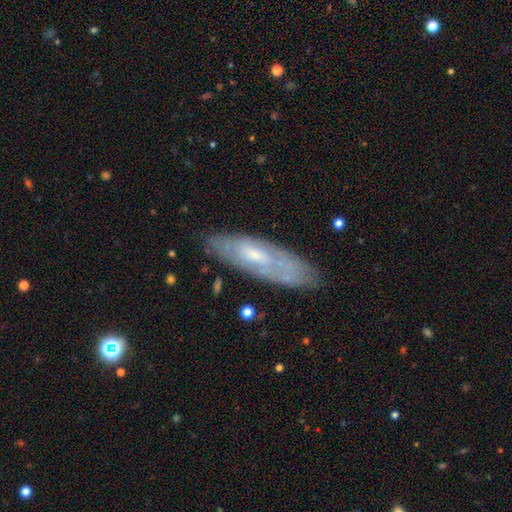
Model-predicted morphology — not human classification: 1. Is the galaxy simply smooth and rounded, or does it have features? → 58% featured or disk, 35% smooth, 8% star or artifact.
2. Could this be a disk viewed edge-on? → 65% no, 35% yes.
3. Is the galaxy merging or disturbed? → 76% none, 17% minor disturbance, 5% major disturbance, 2% merger.